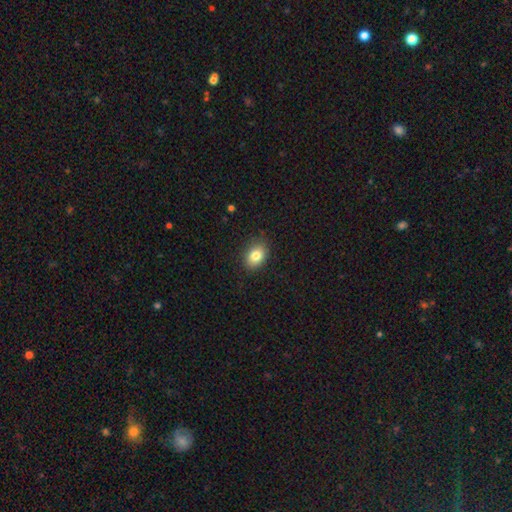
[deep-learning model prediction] Smooth or featured? Predicted: smooth (p=0.82). How rounded? Predicted: in between (p=0.76). Merging? Predicted: none (p=0.86).